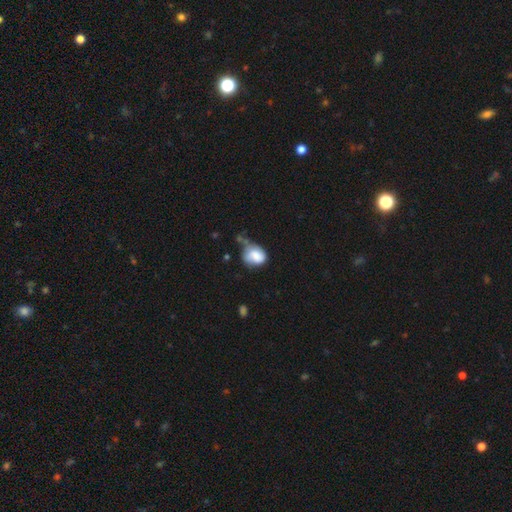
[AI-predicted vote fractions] smooth_or_featured: smooth (p=0.73) [alt: featured or disk p=0.18]
how_rounded: in between (p=0.51) [alt: round p=0.48]
merging: minor disturbance (p=0.37) [alt: none p=0.28]